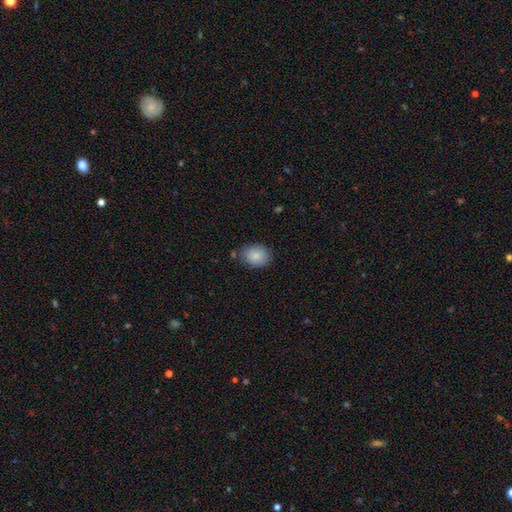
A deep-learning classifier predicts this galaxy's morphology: Smooth or featured: smooth — 86% (star or artifact — 8%)
How rounded: round — 50% (in between — 49%)
Merging: none — 79% (minor disturbance — 15%)